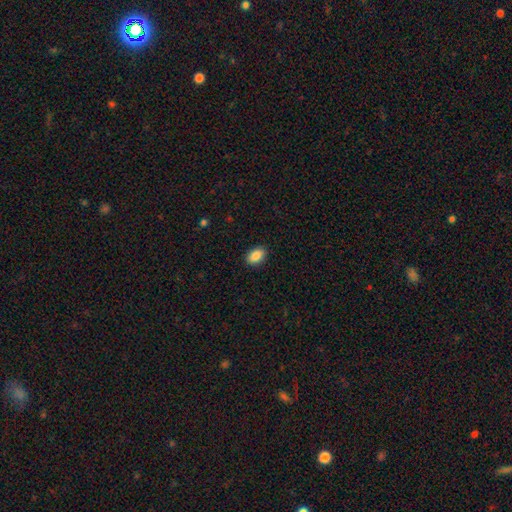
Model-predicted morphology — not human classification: This appears to be a smooth galaxy with no disk features (88%) that is in between round and cigar-shaped (89%). Merging: none (90%).